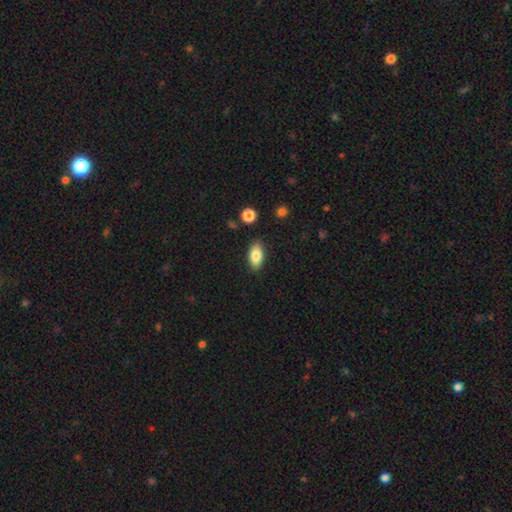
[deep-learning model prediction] smooth 83%, featured or disk 9%, star or artifact 7%. Down the decision tree: how rounded — in between (91%); merging — none (85%).